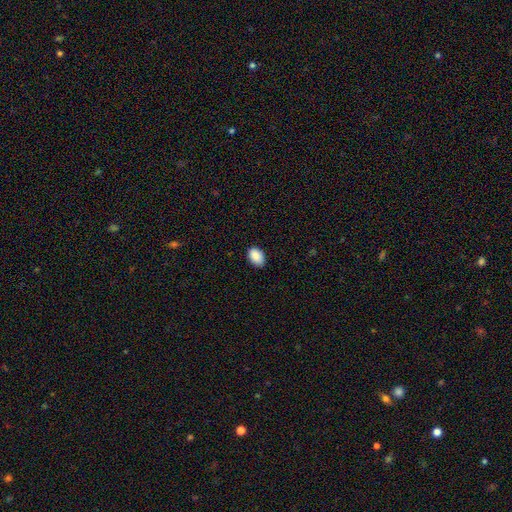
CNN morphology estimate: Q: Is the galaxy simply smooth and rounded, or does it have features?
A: smooth — 89%.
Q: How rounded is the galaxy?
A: in between — 87%.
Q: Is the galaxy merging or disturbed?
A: none — 83%.